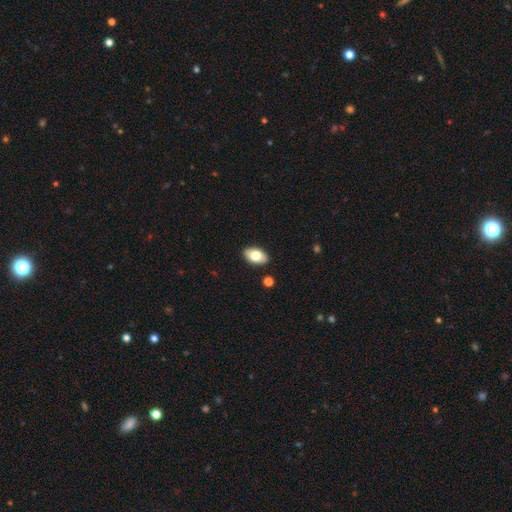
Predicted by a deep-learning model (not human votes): This is likely a smooth galaxy (77%). How rounded: clearly in between (93%). Merging: clearly none (88%).